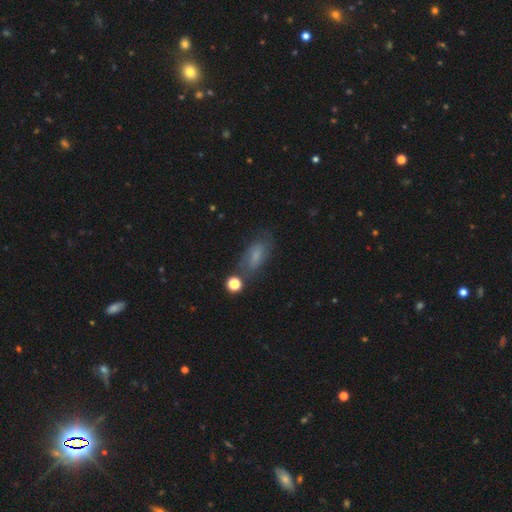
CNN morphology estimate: This appears to be a smooth galaxy with no disk features (64%) that is in between round and cigar-shaped (78%). Merging: none (63%).